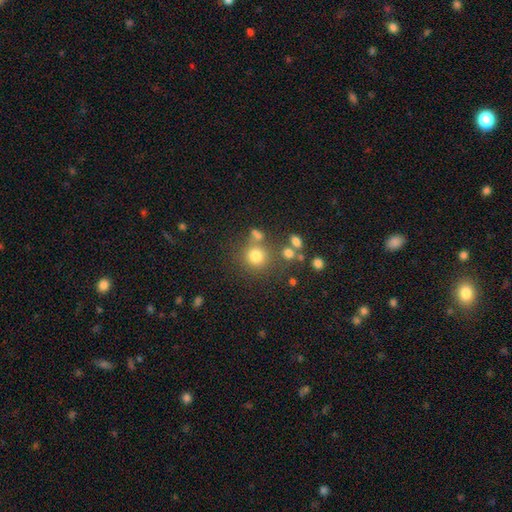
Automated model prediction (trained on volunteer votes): A smooth galaxy with no disk features (75%) that is round (90%). Merging: none (70%).